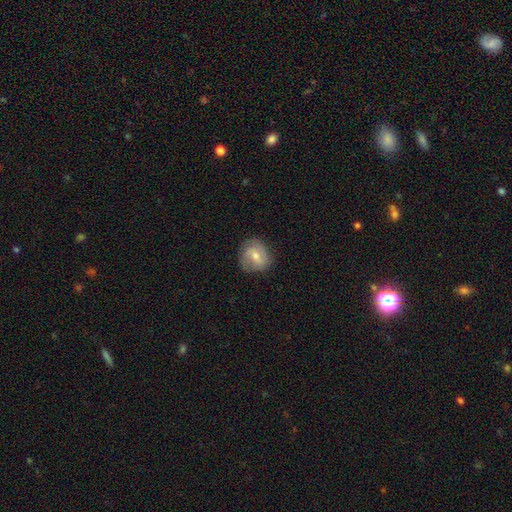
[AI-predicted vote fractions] This is possibly a featured or disk galaxy (47%). Merging: likely none (77%).